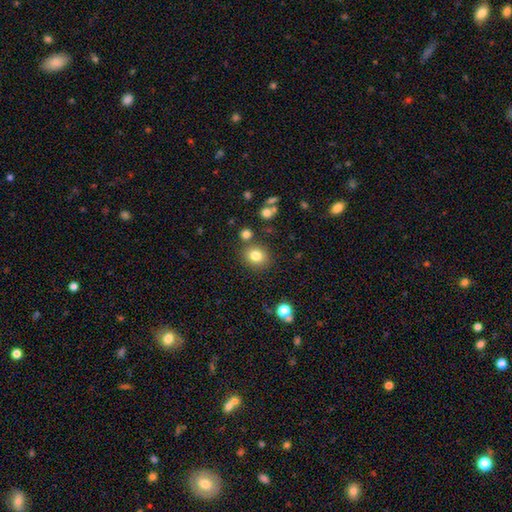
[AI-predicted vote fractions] This is likely a smooth galaxy (80%). How rounded: likely round (74%). Merging: likely none (79%).